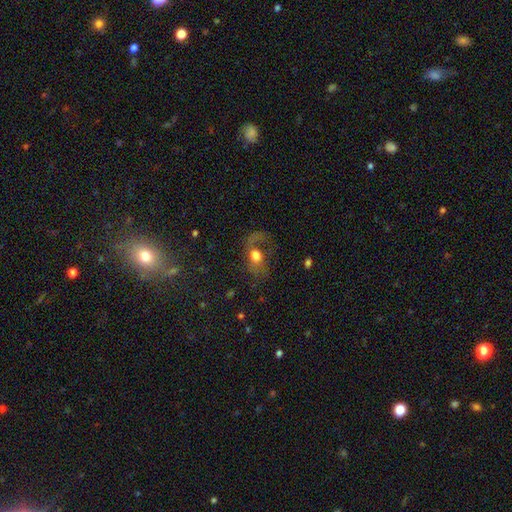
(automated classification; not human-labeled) Smooth or featured? smooth (46%)
Merging? major disturbance (43%)